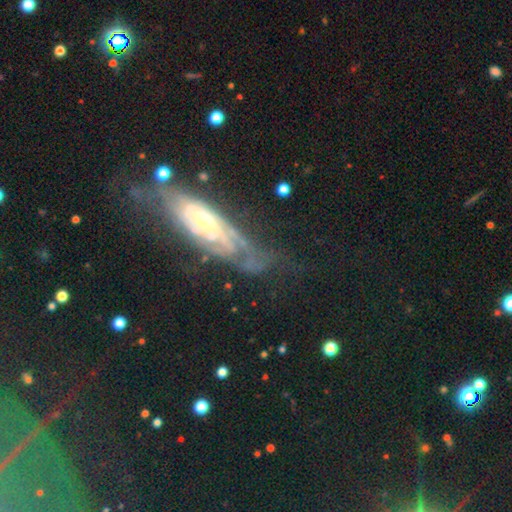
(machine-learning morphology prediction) A featured or disk galaxy (60%). Merging: none (64%).